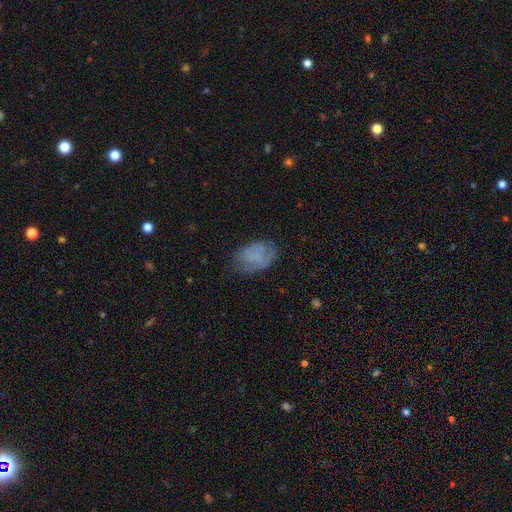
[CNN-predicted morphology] Overall: smooth (65%). How rounded: in between (85%). Merging: none (55%; minor disturbance 30%).